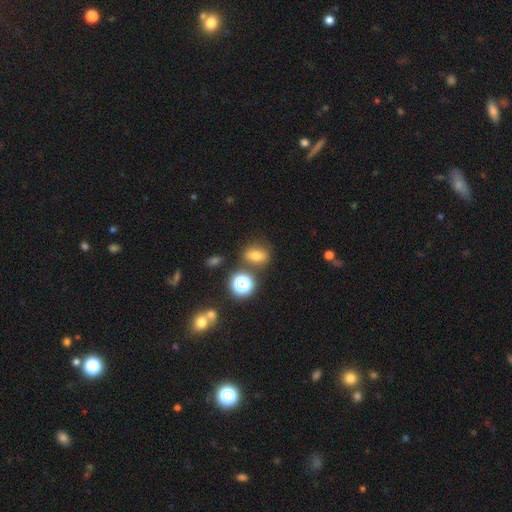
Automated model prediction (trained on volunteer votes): This is likely a smooth galaxy (67%). How rounded: likely in between (63%). Merging: likely none (74%).